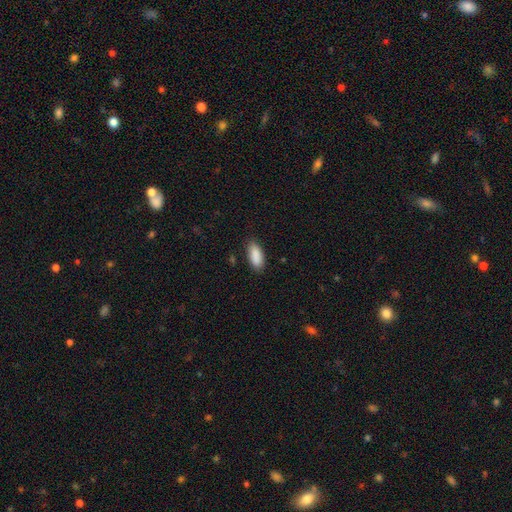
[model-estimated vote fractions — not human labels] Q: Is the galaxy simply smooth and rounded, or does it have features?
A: smooth — 90%.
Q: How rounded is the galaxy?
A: in between — 84%.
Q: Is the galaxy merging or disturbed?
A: none — 84%.